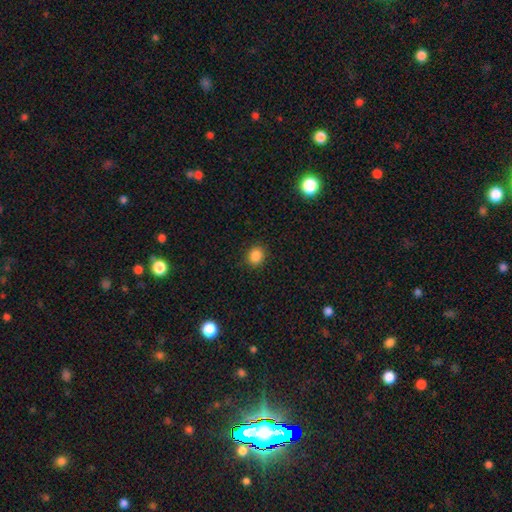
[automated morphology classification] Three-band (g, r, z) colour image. It shows a smooth galaxy with no disk features (86%) that is round (74%). Merging: none (90%).